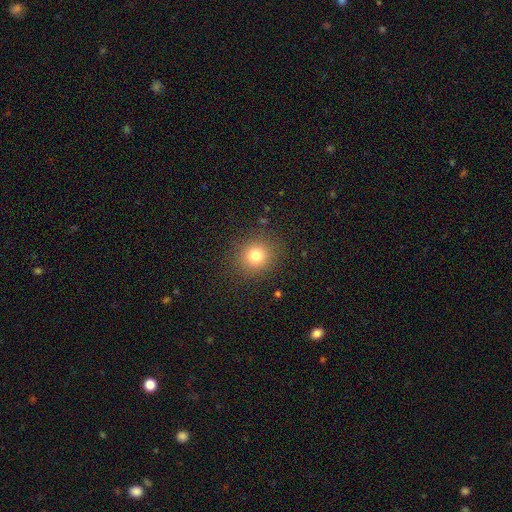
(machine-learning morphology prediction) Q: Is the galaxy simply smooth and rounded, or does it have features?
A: smooth — 77%.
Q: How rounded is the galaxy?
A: round — 87%.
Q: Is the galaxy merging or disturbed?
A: none — 88%.